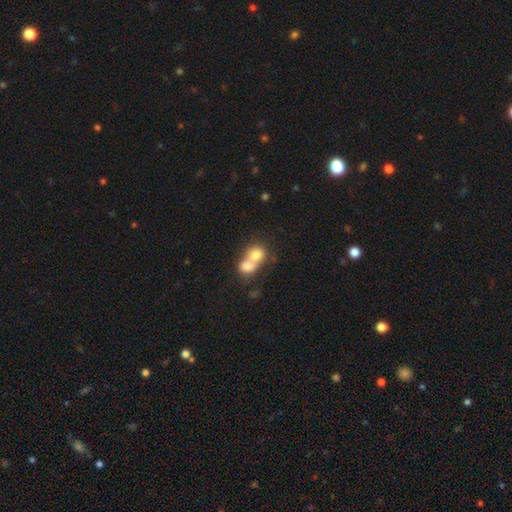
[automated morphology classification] Overall: smooth (73%). How rounded: round (65%; in between 33%). Merging: merger (76%).